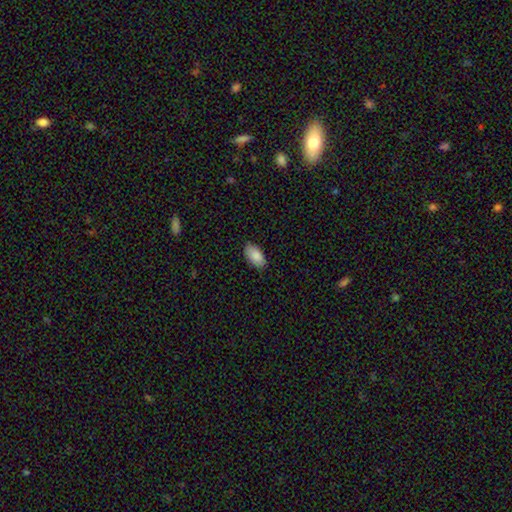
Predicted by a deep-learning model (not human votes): Smooth or featured? Predicted: smooth (p=0.89). How rounded? Predicted: in between (p=0.95). Merging? Predicted: none (p=0.86).